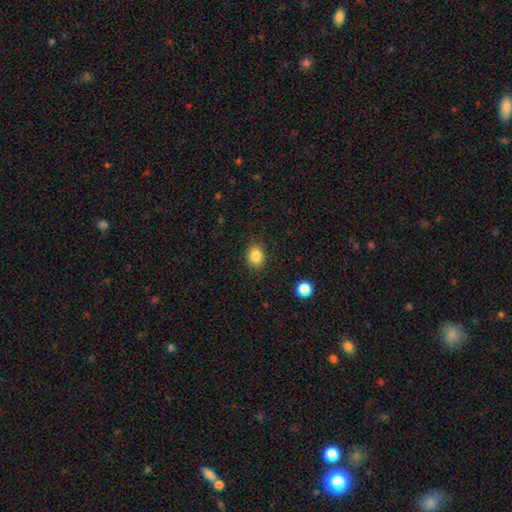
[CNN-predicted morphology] smooth-or-featured: smooth: 85% | star or artifact: 10% | featured or disk: 5%
  how-rounded: in between: 51% | round: 49% | cigar-shaped: 1%
  merging: none: 86% | minor disturbance: 10% | major disturbance: 3% | merger: 1%